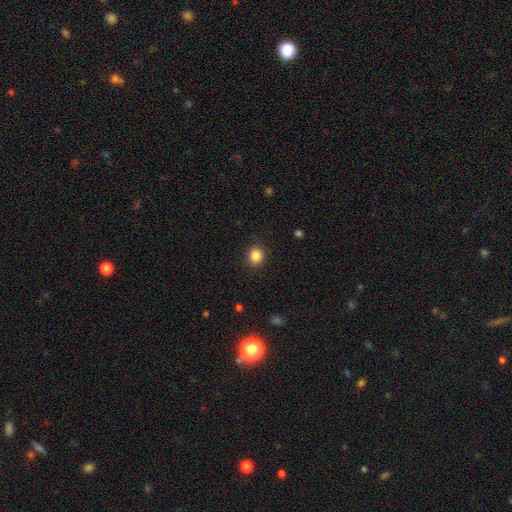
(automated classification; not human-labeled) Smooth or featured?
  - smooth: 86% *
  - star or artifact: 10%
  - featured or disk: 4%
How rounded?
  - round: 76% *
  - in between: 24%
  - cigar-shaped: 1%
Merging?
  - none: 89% *
  - minor disturbance: 7%
  - major disturbance: 2%
  - merger: 1%